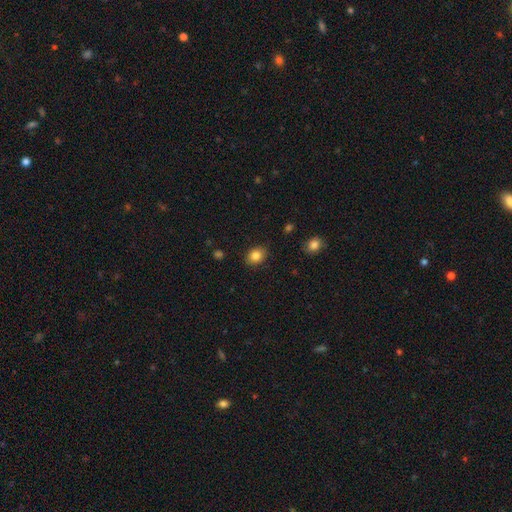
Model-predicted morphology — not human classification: A smooth galaxy with no disk features (84%) that is in between round and cigar-shaped (53%). Merging: none (87%).